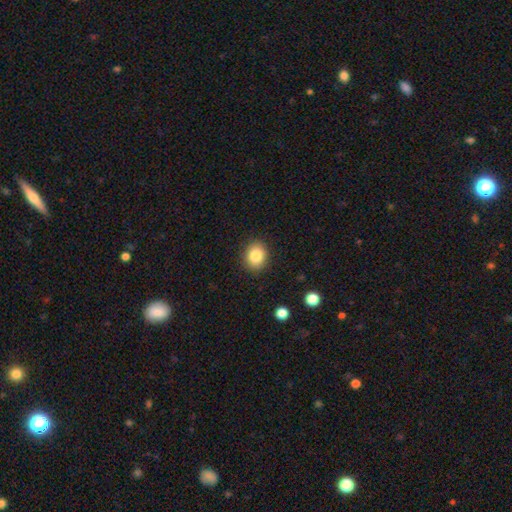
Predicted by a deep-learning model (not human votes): This is clearly a smooth galaxy (84%). How rounded: possibly round (59%). Merging: clearly none (89%).